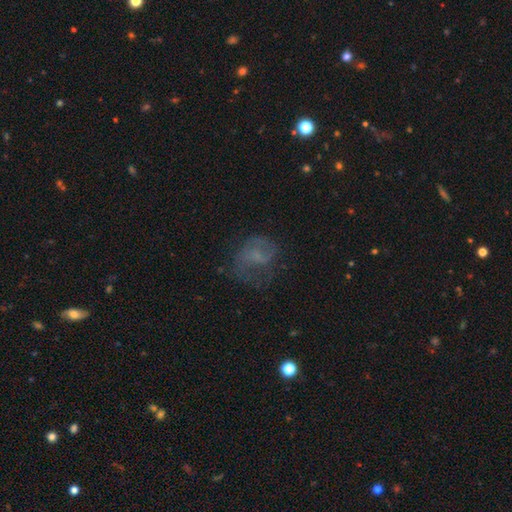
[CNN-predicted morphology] This is possibly a featured or disk galaxy (47%). Merging: possibly none (48%).